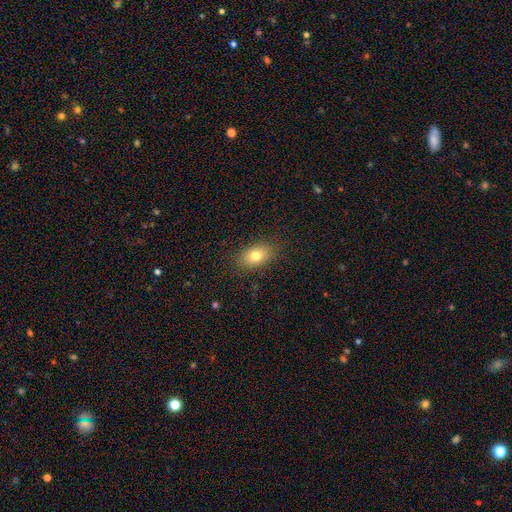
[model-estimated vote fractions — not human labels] The model was most divided on "smooth or featured": smooth: 78%, featured or disk: 12%, star or artifact: 10%. More confident: merging — none (87%); how rounded — in between (85%).